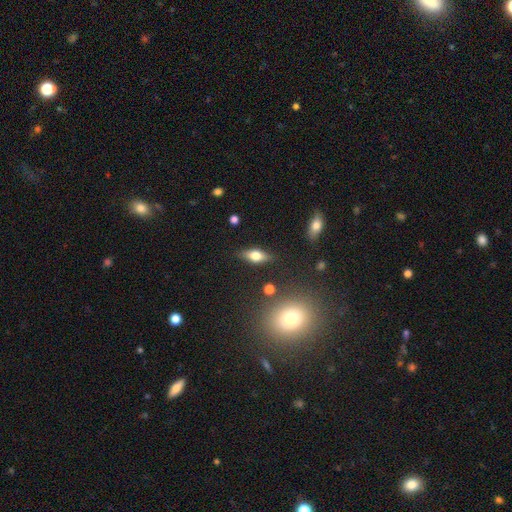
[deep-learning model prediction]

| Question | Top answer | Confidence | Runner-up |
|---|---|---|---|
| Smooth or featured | smooth | 53% | featured or disk (38%) |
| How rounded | in between | 71% | cigar-shaped (24%) |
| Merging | none | 83% | minor disturbance (12%) |